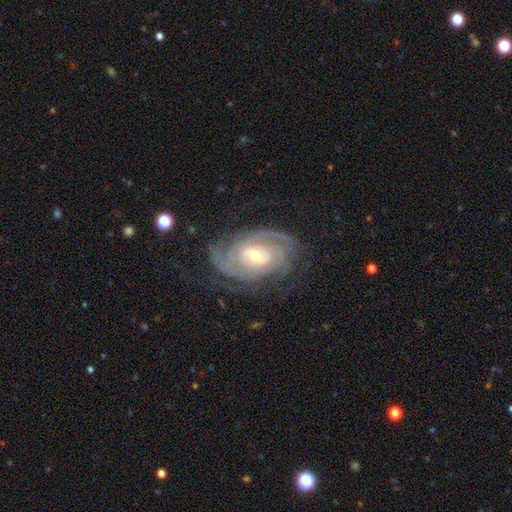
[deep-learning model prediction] Smooth or featured? Predicted: featured or disk (p=0.88). Edge-on disk? Predicted: no (p=0.96). Bar? Predicted: no (p=0.52). Spiral arms? Predicted: yes (p=0.96). Spiral winding? Predicted: tight (p=0.64). Spiral arm count? Predicted: 2 (p=0.39). Bulge size? Predicted: moderate (p=0.56). Merging? Predicted: none (p=0.68).